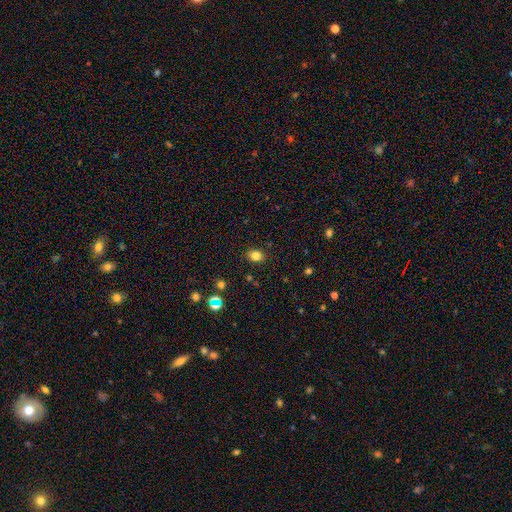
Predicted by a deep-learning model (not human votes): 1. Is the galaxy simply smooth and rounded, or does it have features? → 81% smooth, 13% star or artifact, 6% featured or disk.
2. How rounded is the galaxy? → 54% in between, 45% round, 1% cigar-shaped.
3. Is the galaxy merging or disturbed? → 87% none, 9% minor disturbance, 2% major disturbance, 1% merger.